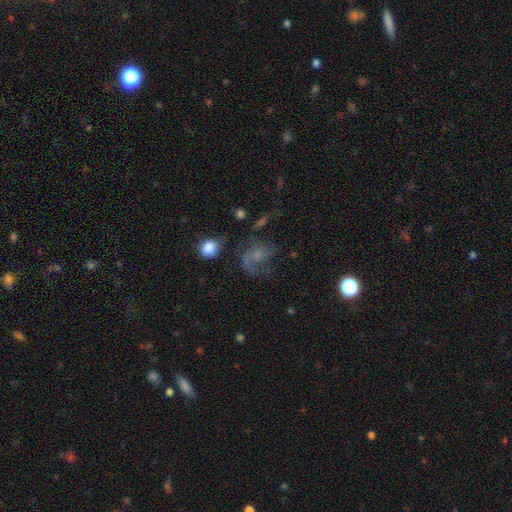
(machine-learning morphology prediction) Smooth or featured? featured or disk (57%)
Edge-on disk? no (97%)
Bar? no (71%)
Spiral arms? yes (81%)
Bulge size? small (43%)
Merging? none (39%)